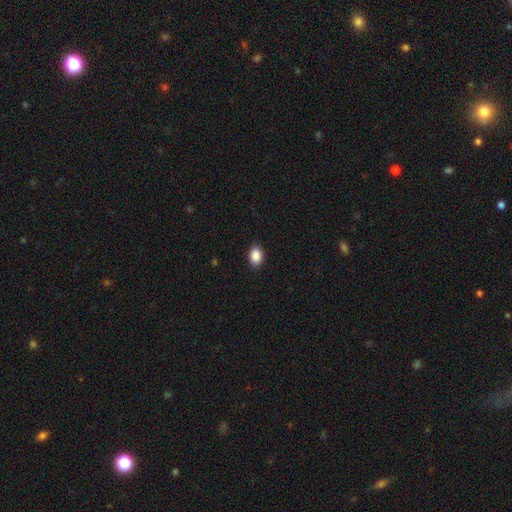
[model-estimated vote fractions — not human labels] The model was most divided on "how rounded": in between: 78%, round: 21%, cigar-shaped: 1%. More confident: smooth or featured — smooth (89%); merging — none (89%).